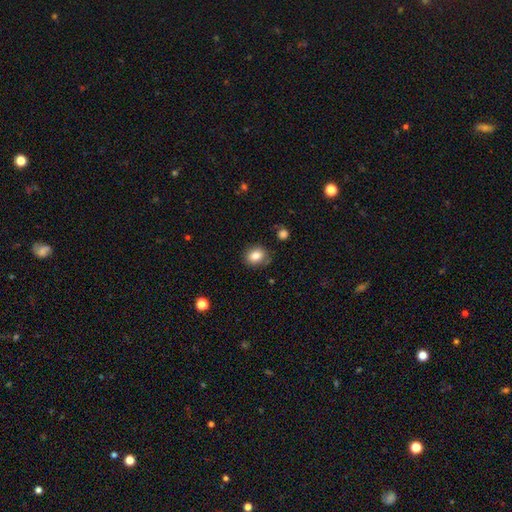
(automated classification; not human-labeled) A smooth galaxy with no disk features (82%) that is round (52%). Merging: none (80%).